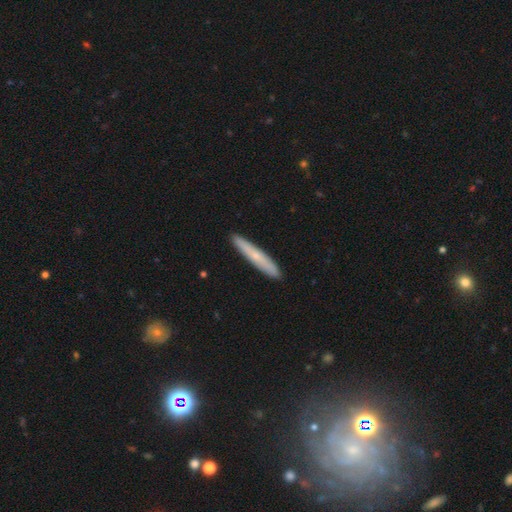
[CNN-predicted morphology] This is possibly a smooth galaxy (58%). How rounded: clearly cigar-shaped (94%). Merging: clearly none (91%).